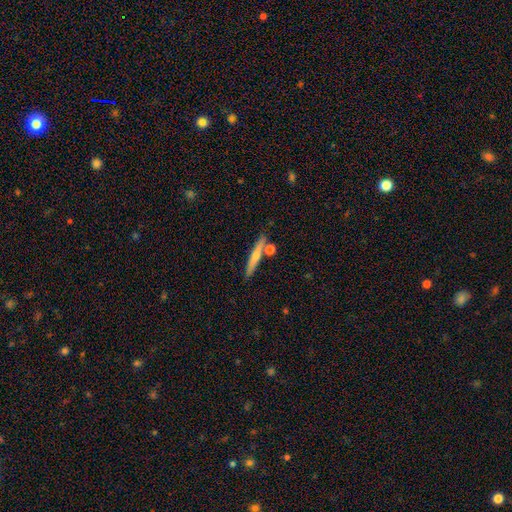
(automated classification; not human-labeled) smooth 54%, featured or disk 39%, star or artifact 7%. Down the decision tree: how rounded — cigar-shaped (91%); merging — none (76%).